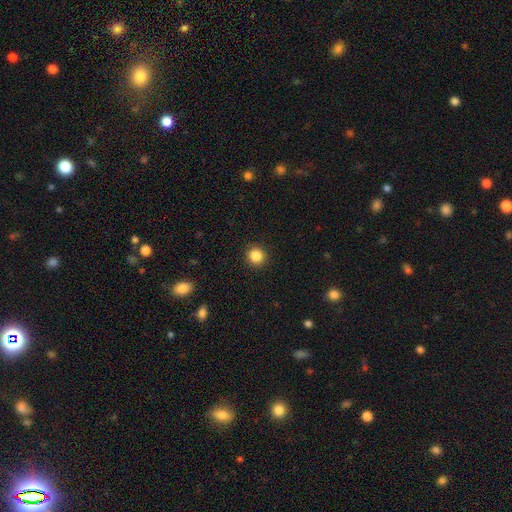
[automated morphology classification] Overall: smooth (86%). How rounded: round (92%). Merging: none (92%).